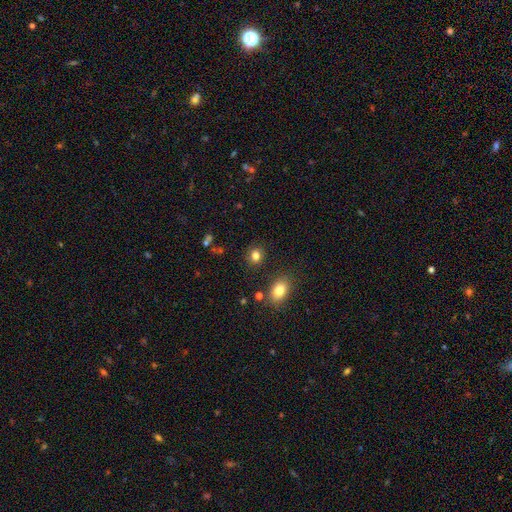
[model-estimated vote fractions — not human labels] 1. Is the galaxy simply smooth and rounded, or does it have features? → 83% smooth, 11% star or artifact, 6% featured or disk.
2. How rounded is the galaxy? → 69% round, 30% in between, 1% cigar-shaped.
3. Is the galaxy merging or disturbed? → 85% none, 9% minor disturbance, 3% merger, 3% major disturbance.